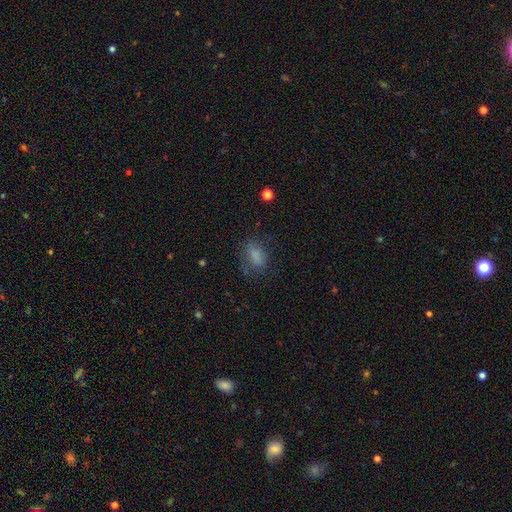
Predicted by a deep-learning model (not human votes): Q: Smooth or featured?
A: smooth (80%); runner-up: star or artifact (12%)
Q: How rounded?
A: in between (83%); runner-up: round (13%)
Q: Merging?
A: none (69%); runner-up: minor disturbance (20%)